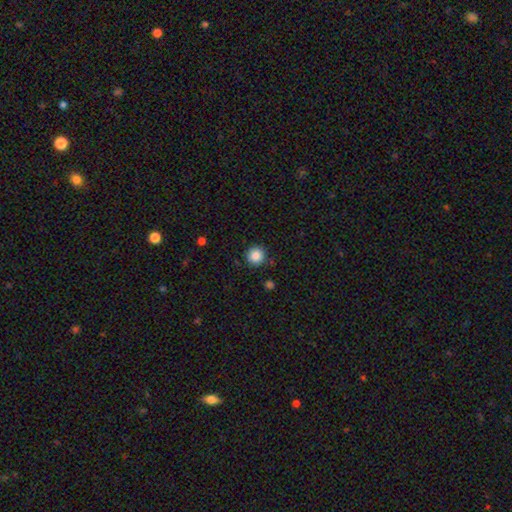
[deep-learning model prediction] smooth-or-featured: smooth: 86% | star or artifact: 10% | featured or disk: 4%
  how-rounded: round: 95% | in between: 4% | cigar-shaped: 1%
  merging: none: 89% | minor disturbance: 7% | major disturbance: 2% | merger: 2%